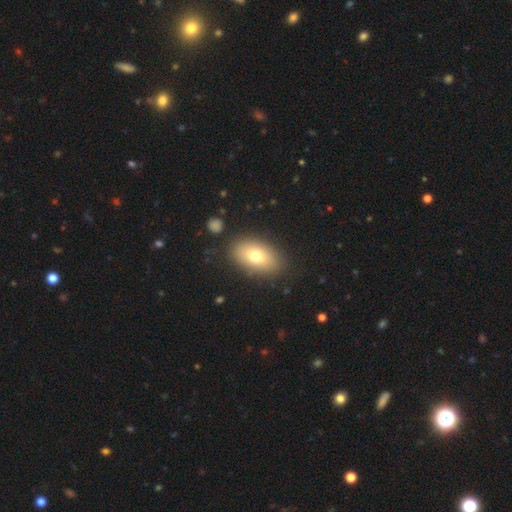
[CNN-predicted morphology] This is likely a smooth galaxy (74%). How rounded: clearly in between (89%). Merging: clearly none (85%).